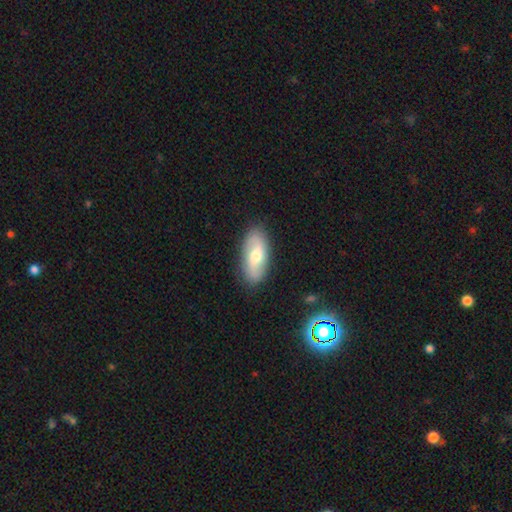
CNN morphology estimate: Smooth or featured: smooth — 47% (featured or disk — 46%)
Merging: none — 86% (minor disturbance — 11%)